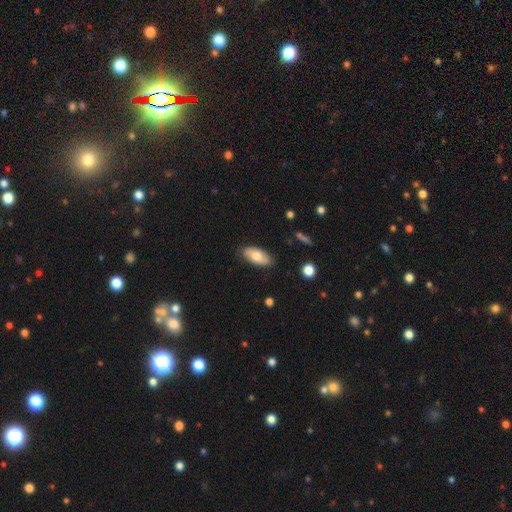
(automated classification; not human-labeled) This appears to be a smooth galaxy with no disk features (70%) that is in between round and cigar-shaped (91%). Merging: none (84%).